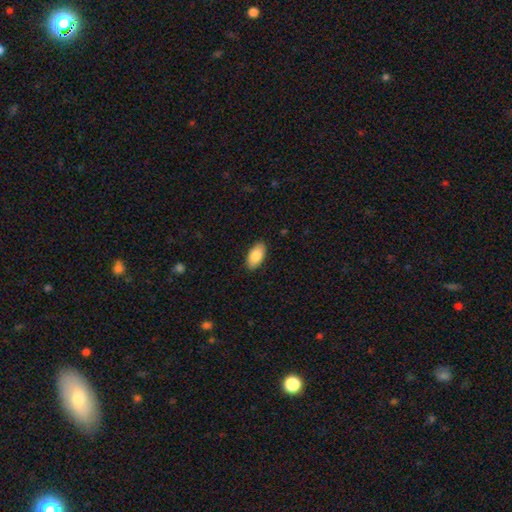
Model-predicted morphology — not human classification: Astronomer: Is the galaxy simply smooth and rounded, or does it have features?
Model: smooth — 87%.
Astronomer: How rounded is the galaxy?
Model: in between — 94%.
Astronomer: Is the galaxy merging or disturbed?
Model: none — 89%.